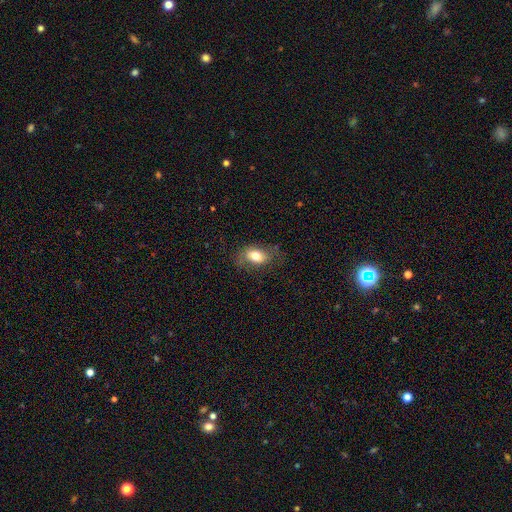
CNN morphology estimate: Overall: smooth (71%). How rounded: in between (85%). Merging: none (66%).